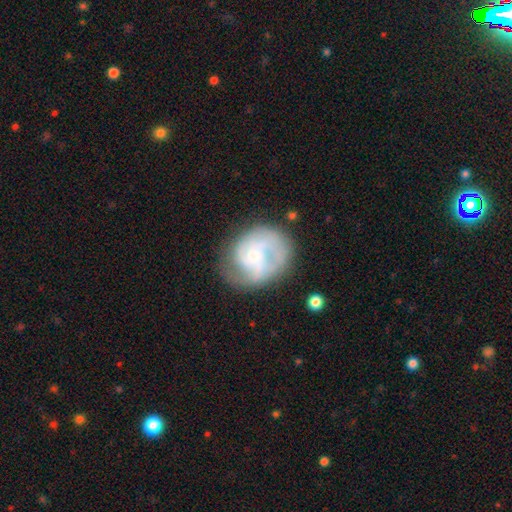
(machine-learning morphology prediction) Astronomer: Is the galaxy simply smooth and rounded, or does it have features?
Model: featured or disk — 71%.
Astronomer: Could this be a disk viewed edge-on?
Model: no — 98%.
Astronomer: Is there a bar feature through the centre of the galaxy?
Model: no — 64%.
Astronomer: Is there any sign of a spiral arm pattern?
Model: yes — 87%.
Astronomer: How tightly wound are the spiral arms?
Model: medium — 43% (runner-up: tight, 36%).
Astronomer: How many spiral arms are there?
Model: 3 — 29%, tied with 2 at 29%.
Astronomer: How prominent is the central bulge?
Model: small — 62%.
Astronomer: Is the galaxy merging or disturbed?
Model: none — 59%.